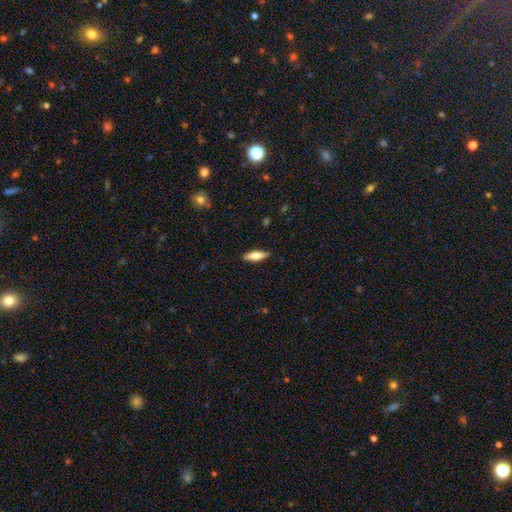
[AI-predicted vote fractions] Morphology: type=smooth (69%); roundness=cigar-shaped (50%); merging=none (89%).